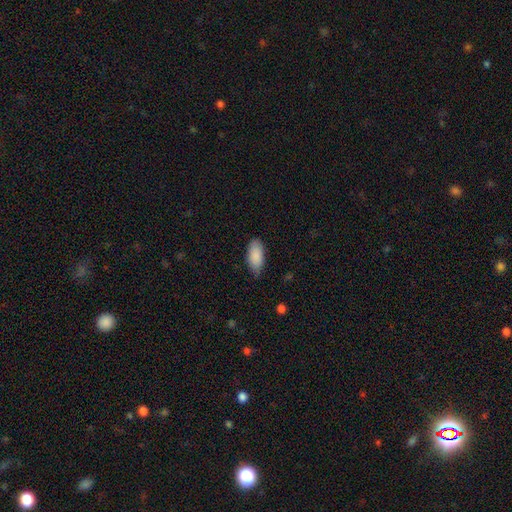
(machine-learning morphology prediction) This is clearly a smooth galaxy (89%). How rounded: clearly in between (91%). Merging: likely none (75%).